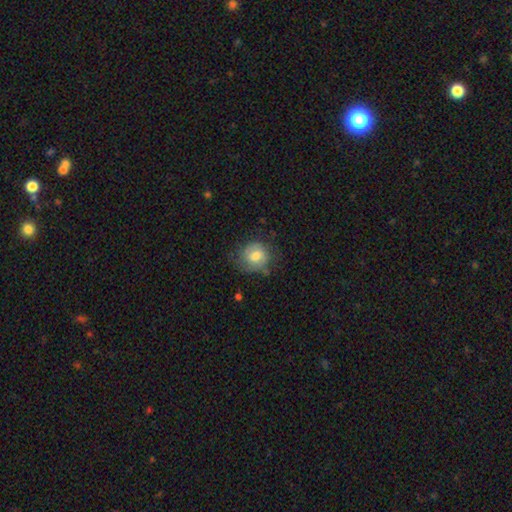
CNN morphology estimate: A smooth galaxy with no disk features (52%) that is round (72%).

Vote fractions:
- Smooth or featured? smooth: 52% / featured or disk: 41% / star or artifact: 8%
- How rounded? round: 72% / in between: 27% / cigar-shaped: 1%
- Merging? none: 61% / minor disturbance: 25% / major disturbance: 11% / merger: 2%